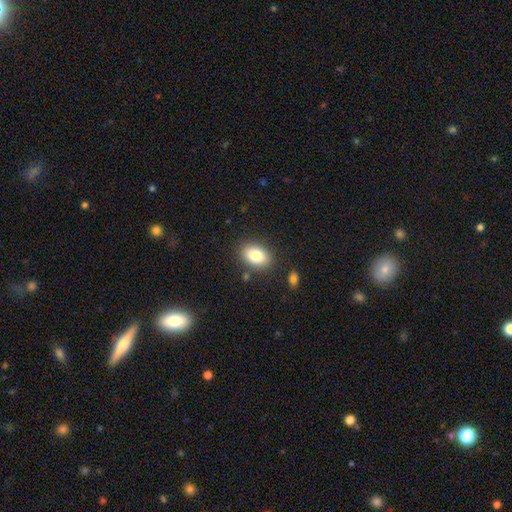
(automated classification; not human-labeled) Smooth or featured? smooth (83%)
How rounded? in between (84%)
Merging? none (83%)